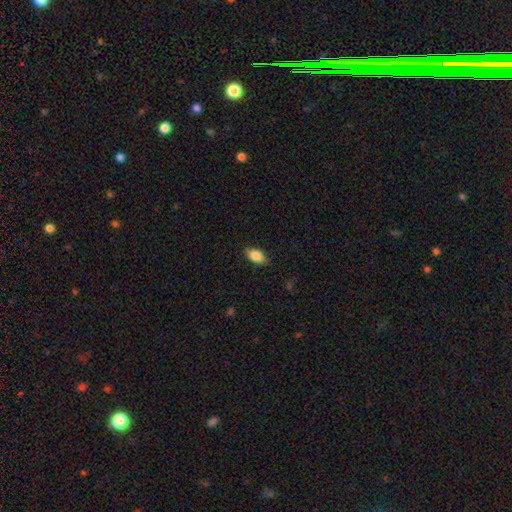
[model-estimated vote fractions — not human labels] smooth-or-featured: smooth: 86% | star or artifact: 7% | featured or disk: 7%
  how-rounded: in between: 91% | round: 5% | cigar-shaped: 3%
  merging: none: 86% | minor disturbance: 10% | major disturbance: 2% | merger: 1%